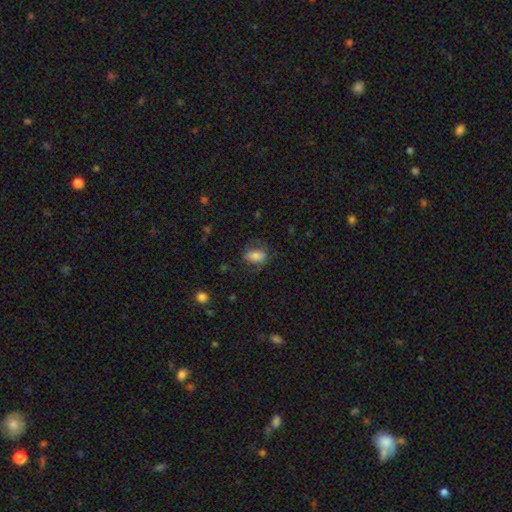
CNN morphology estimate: type=smooth (77%); roundness=in between (83%); merging=none (64%).